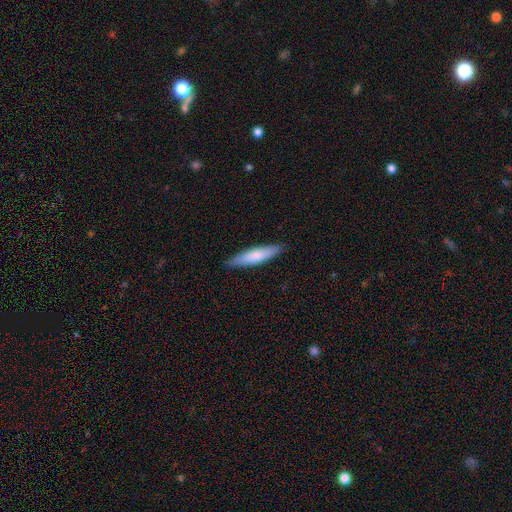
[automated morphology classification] smooth-or-featured: smooth: 75% | featured or disk: 20% | star or artifact: 5%
  how-rounded: cigar-shaped: 80% | in between: 19% | round: 1%
  merging: none: 89% | minor disturbance: 8% | major disturbance: 2% | merger: 1%